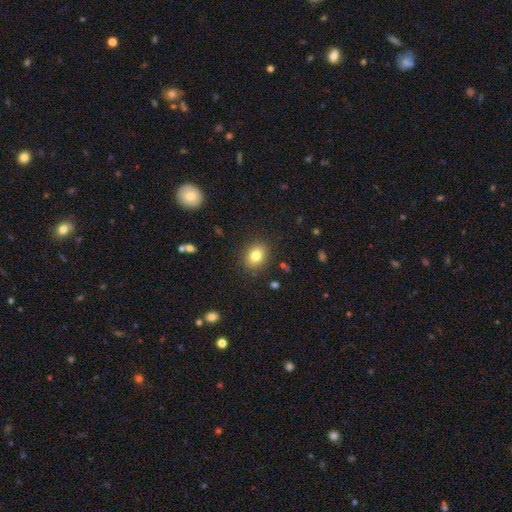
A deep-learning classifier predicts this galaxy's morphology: Smooth or featured? smooth (80%)
How rounded? round (50%)
Merging? none (87%)